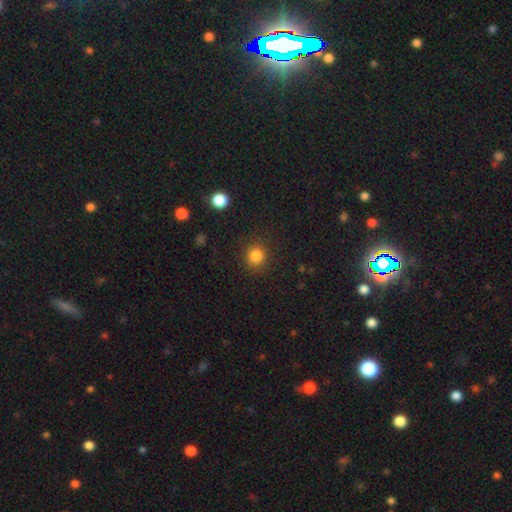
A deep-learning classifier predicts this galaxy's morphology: The model was most divided on "smooth or featured": smooth: 84%, star or artifact: 12%, featured or disk: 4%. More confident: how rounded — round (90%); merging — none (89%).